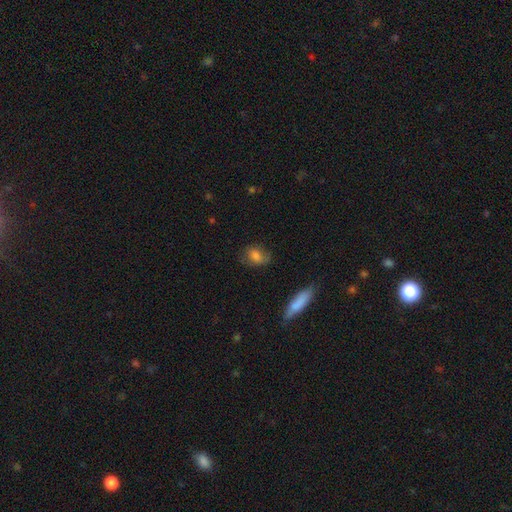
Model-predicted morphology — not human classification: This is likely a smooth galaxy (75%). How rounded: likely in between (73%). Merging: likely none (64%).